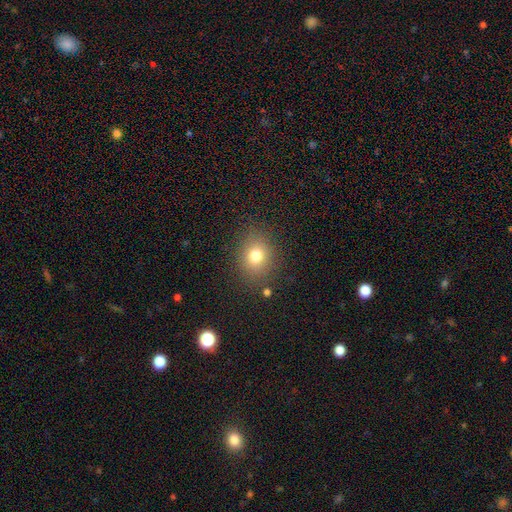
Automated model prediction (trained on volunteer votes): A smooth galaxy with no disk features (75%) that is round (58%).

Vote fractions:
- Smooth or featured? smooth: 75% / star or artifact: 15% / featured or disk: 10%
- How rounded? round: 58% / in between: 41% / cigar-shaped: 1%
- Merging? none: 84% / minor disturbance: 10% / major disturbance: 4% / merger: 2%